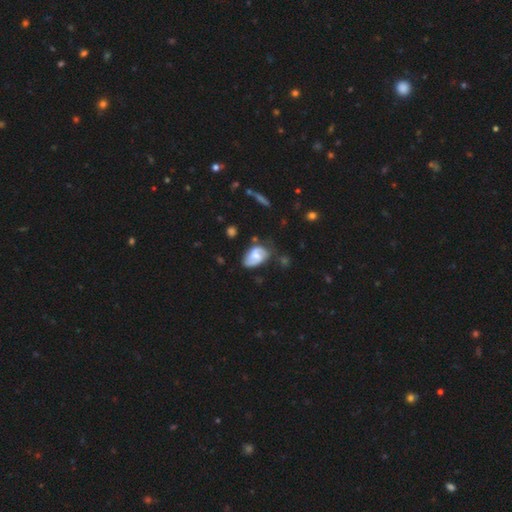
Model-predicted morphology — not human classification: type=featured or disk (52%); edge-on=no (95%); merging=none (54%).